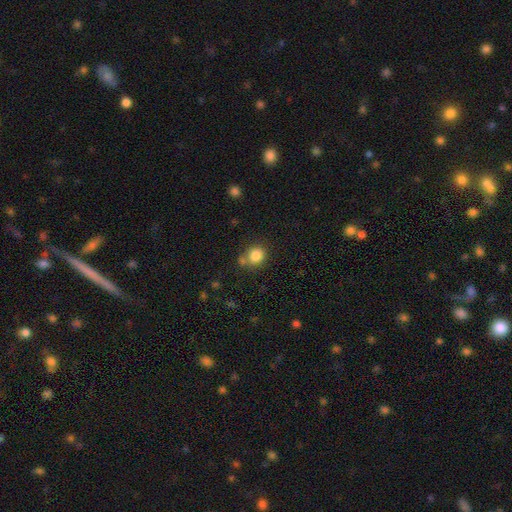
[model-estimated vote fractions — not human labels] Morphology: type=smooth (84%); roundness=round (77%); merging=none (67%).